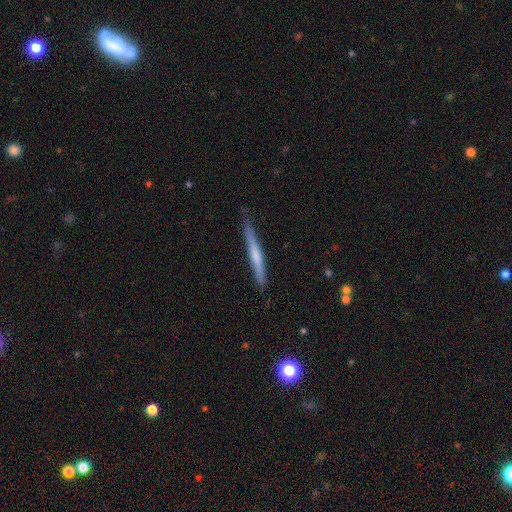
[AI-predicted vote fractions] This appears to be a featured or disk galaxy (51%) viewed edge-on (97%). Merging: none (84%).